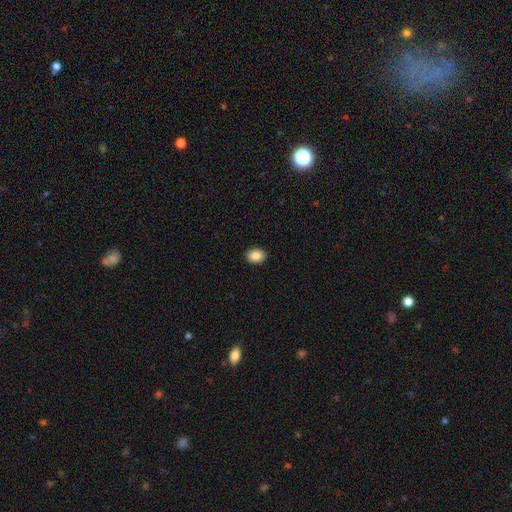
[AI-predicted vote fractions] Q: Smooth or featured?
A: smooth (88%); runner-up: star or artifact (8%)
Q: How rounded?
A: in between (60%); runner-up: round (39%)
Q: Merging?
A: none (91%); runner-up: minor disturbance (6%)